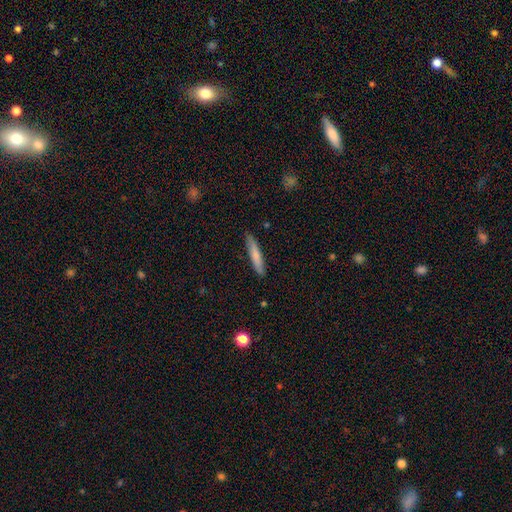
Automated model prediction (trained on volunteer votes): This appears to be a smooth galaxy with no disk features (73%) that is cigar-shaped (91%). Merging: none (87%).